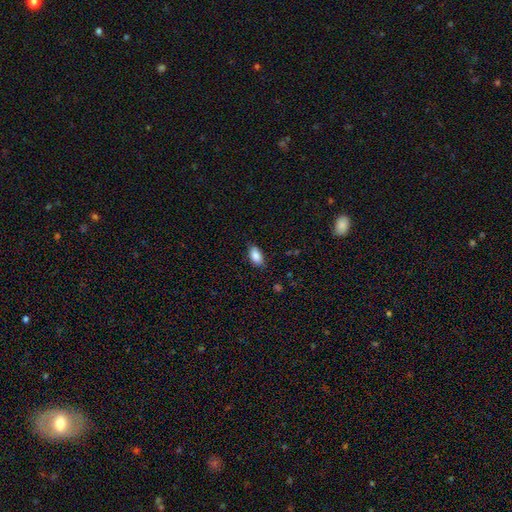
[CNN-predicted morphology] The model was most divided on "merging": none: 82%, minor disturbance: 15%, major disturbance: 3%, merger: 1%. More confident: how rounded — in between (92%); smooth or featured — smooth (87%).